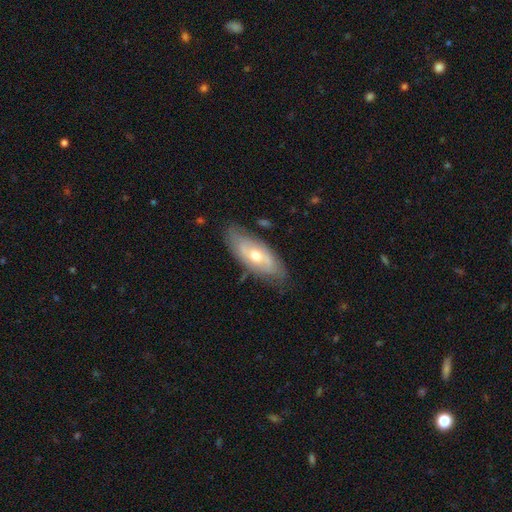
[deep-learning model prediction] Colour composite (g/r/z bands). It shows a featured or disk galaxy (57%). Merging: none (76%).